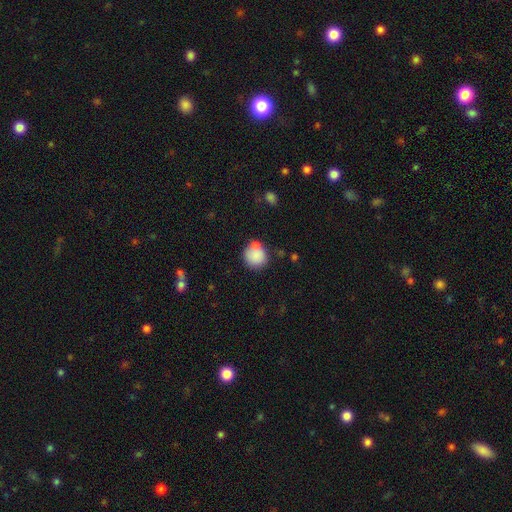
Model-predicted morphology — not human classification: Smooth or featured? smooth (83%)
How rounded? round (87%)
Merging? none (59%)